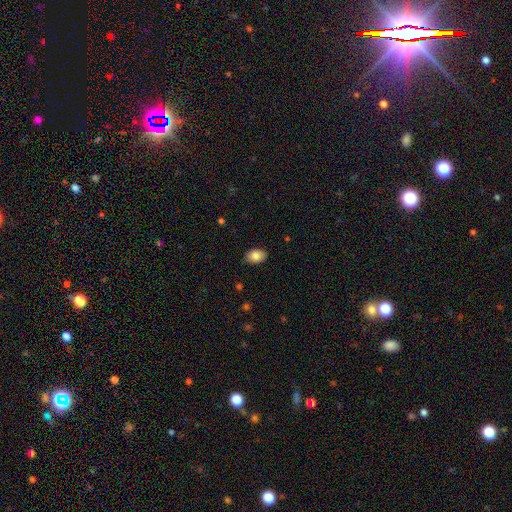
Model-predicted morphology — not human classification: This appears to be a smooth galaxy with no disk features (83%) that is in between round and cigar-shaped (83%). Merging: none (83%).